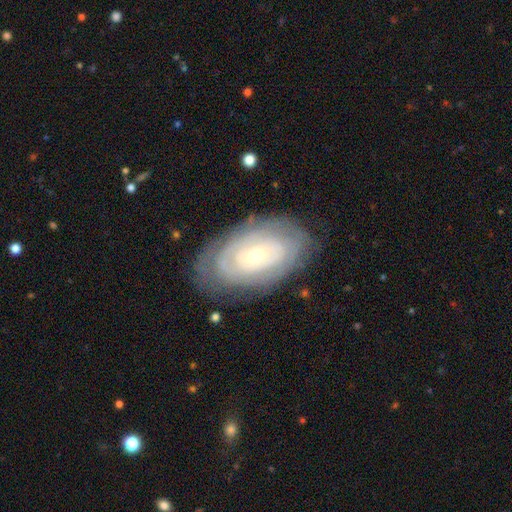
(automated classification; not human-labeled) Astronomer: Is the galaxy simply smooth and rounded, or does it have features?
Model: featured or disk — 71%.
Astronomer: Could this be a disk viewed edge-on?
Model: no — 94%.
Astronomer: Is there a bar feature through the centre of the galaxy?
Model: no — 78%.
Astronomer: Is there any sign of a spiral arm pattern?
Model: yes — 72%.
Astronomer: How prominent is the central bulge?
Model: small — 73%.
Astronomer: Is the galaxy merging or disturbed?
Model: none — 78%.